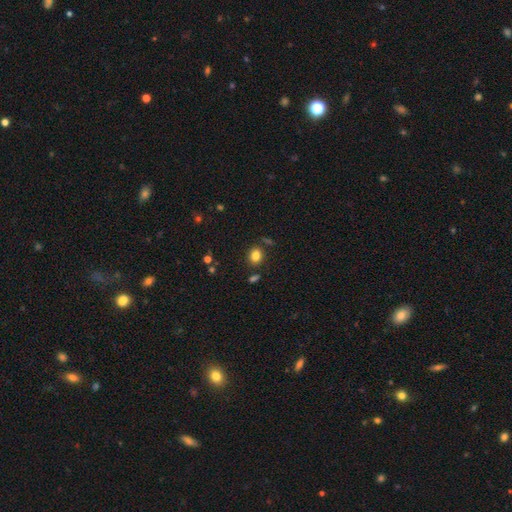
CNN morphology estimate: smooth 82%, star or artifact 12%, featured or disk 6%. Down the decision tree: how rounded — in between (51%); merging — none (81%).